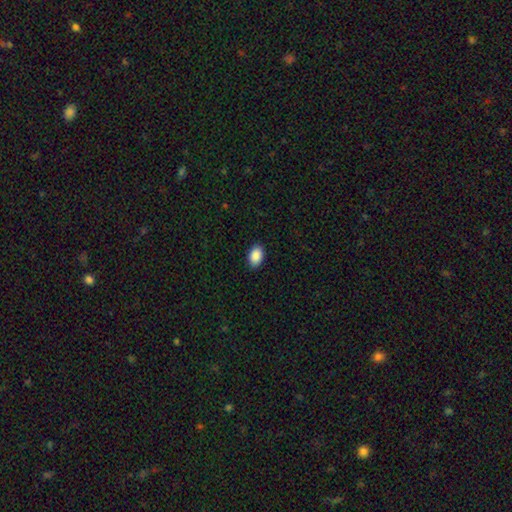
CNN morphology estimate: Q: Smooth or featured?
A: smooth (90%); runner-up: star or artifact (7%)
Q: How rounded?
A: in between (91%); runner-up: round (8%)
Q: Merging?
A: none (90%); runner-up: minor disturbance (8%)